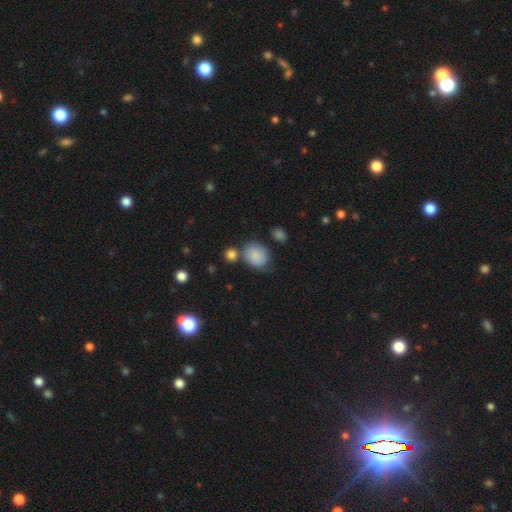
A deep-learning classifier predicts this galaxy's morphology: smooth 85%, star or artifact 8%, featured or disk 7%. Down the decision tree: how rounded — round (61%); merging — none (62%).